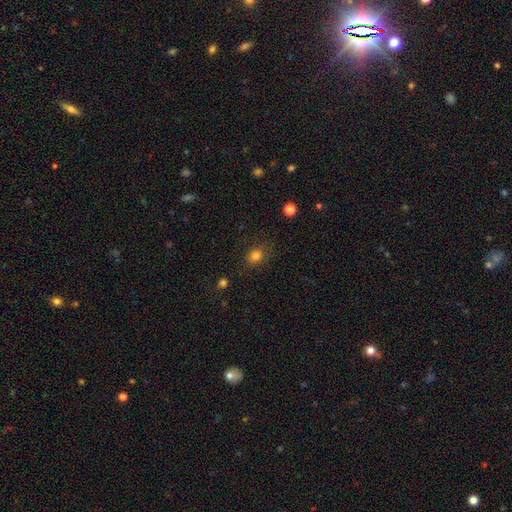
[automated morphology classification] A smooth galaxy with no disk features (80%) that is round (53%). Merging: none (81%).